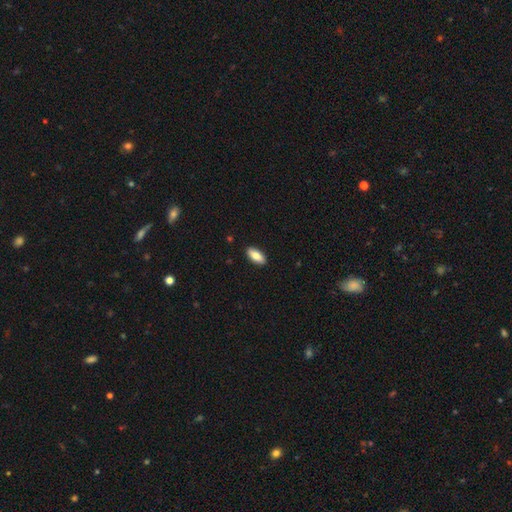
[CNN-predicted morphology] Q: Smooth or featured?
A: smooth (82%); runner-up: featured or disk (12%)
Q: How rounded?
A: in between (86%); runner-up: cigar-shaped (12%)
Q: Merging?
A: none (90%); runner-up: minor disturbance (7%)